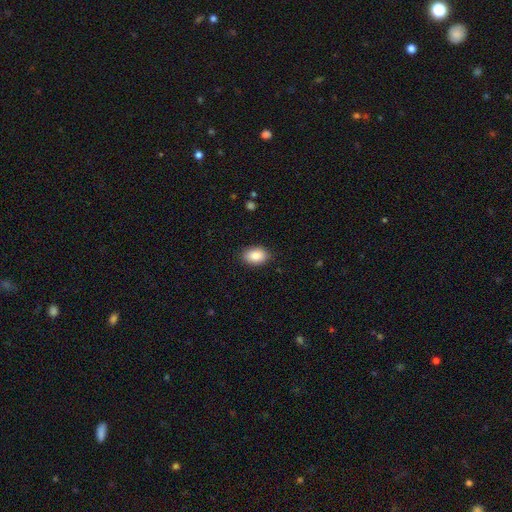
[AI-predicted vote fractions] A smooth galaxy with no disk features (89%) that is in between round and cigar-shaped (87%). Merging: none (88%).